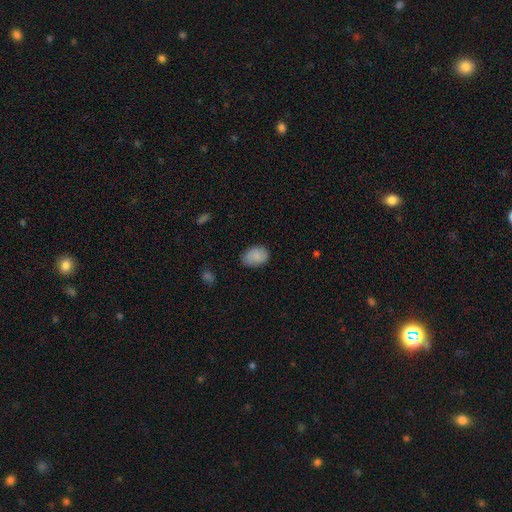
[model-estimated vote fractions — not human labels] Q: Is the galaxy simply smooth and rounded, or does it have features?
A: smooth — 82%.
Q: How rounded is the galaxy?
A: in between — 78%.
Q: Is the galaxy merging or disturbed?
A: none — 76%.